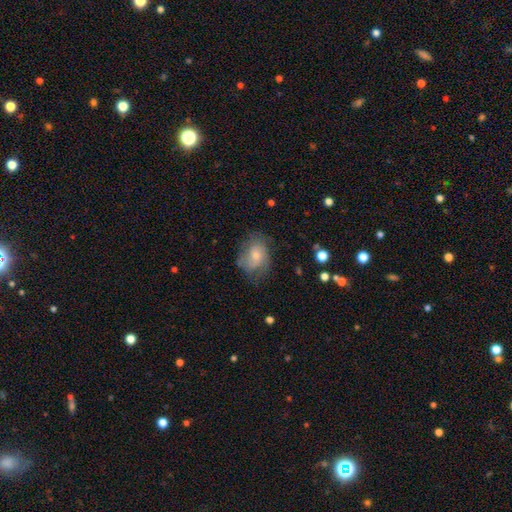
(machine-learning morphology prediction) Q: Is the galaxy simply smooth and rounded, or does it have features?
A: smooth — 57%.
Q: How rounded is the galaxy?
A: in between — 58%.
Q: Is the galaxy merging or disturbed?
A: none — 56%.